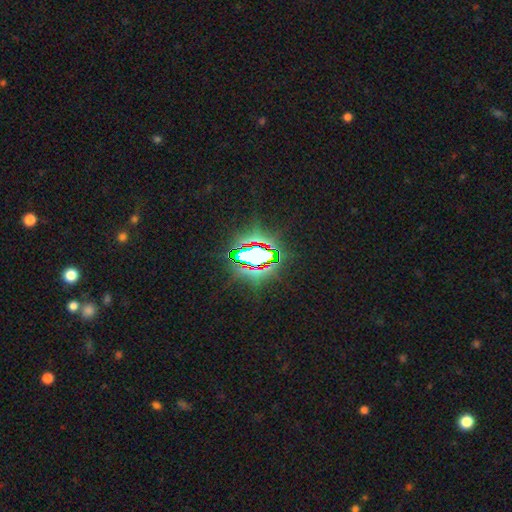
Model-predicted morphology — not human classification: star or artifact 76%, smooth 14%, featured or disk 11%.